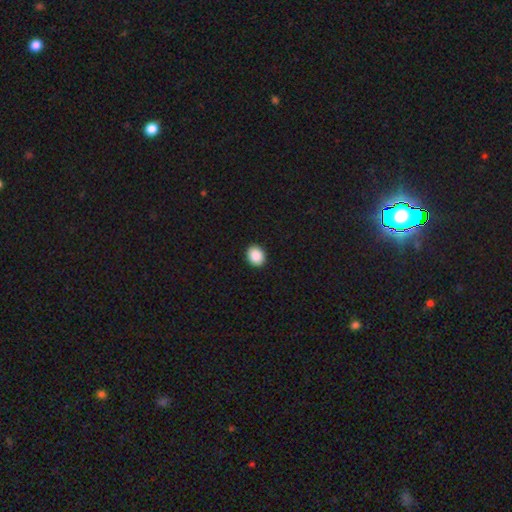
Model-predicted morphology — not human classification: Q: Smooth or featured?
A: smooth (90%); runner-up: star or artifact (8%)
Q: How rounded?
A: in between (53%); runner-up: round (46%)
Q: Merging?
A: none (92%); runner-up: minor disturbance (5%)